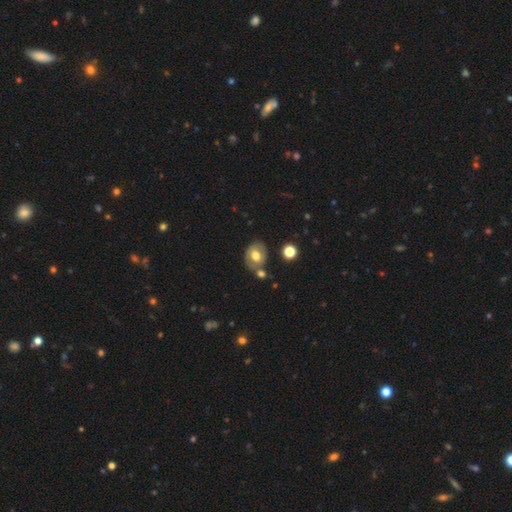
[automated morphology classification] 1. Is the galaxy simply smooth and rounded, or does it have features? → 54% smooth, 37% featured or disk, 9% star or artifact.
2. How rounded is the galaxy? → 51% in between, 48% round, 1% cigar-shaped.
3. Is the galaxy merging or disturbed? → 63% none, 17% minor disturbance, 14% merger, 5% major disturbance.